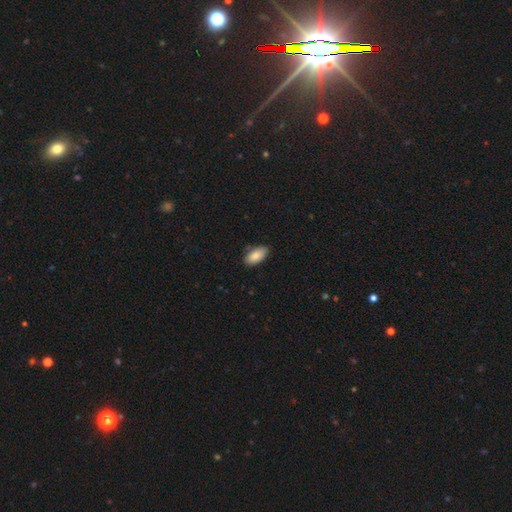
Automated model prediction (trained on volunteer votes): The model was most divided on "merging": none: 79%, minor disturbance: 17%, major disturbance: 3%, merger: 2%. More confident: how rounded — in between (94%); smooth or featured — smooth (83%).